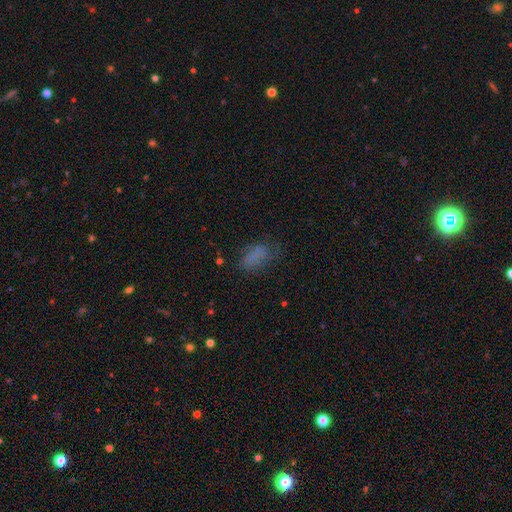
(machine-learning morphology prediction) type=smooth (70%); roundness=in between (85%); merging=none (54%).